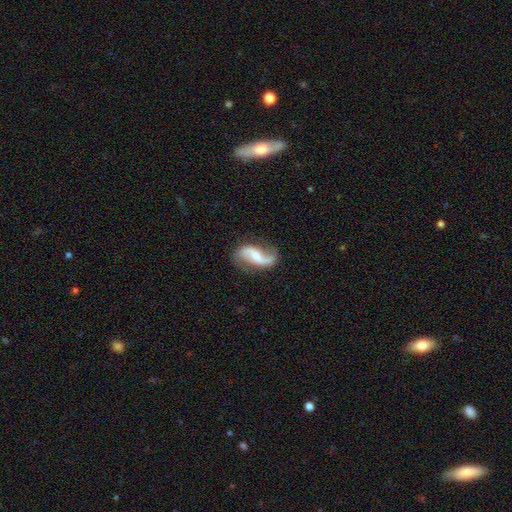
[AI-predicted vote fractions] Smooth or featured? Predicted: featured or disk (p=0.84). Edge-on disk? Predicted: no (p=0.97). Bar? Predicted: no (p=0.41). Spiral arms? Predicted: yes (p=0.95). Spiral winding? Predicted: loose (p=0.78). Spiral arm count? Predicted: 2 (p=0.91). Bulge size? Predicted: small (p=0.51). Merging? Predicted: none (p=0.75).